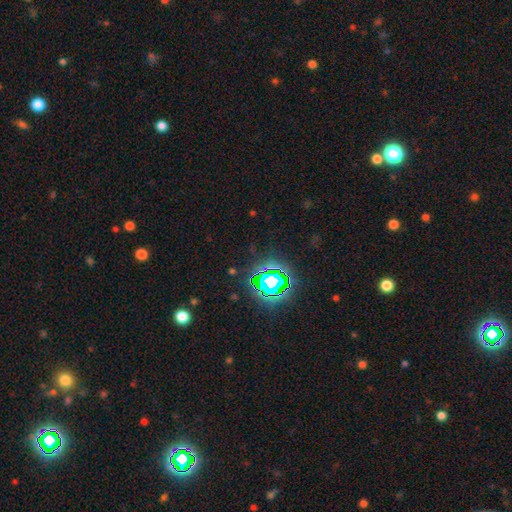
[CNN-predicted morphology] smooth-or-featured: star or artifact: 79% | smooth: 13% | featured or disk: 8%